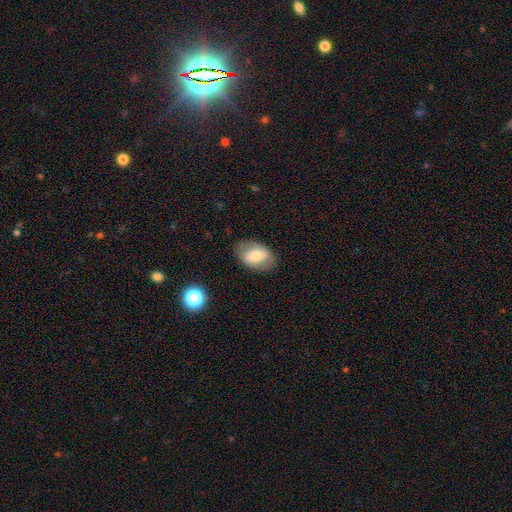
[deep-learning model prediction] smooth_or_featured: smooth (p=0.61) [alt: featured or disk p=0.32]
how_rounded: in between (p=0.85) [alt: round p=0.14]
merging: none (p=0.77) [alt: minor disturbance p=0.16]